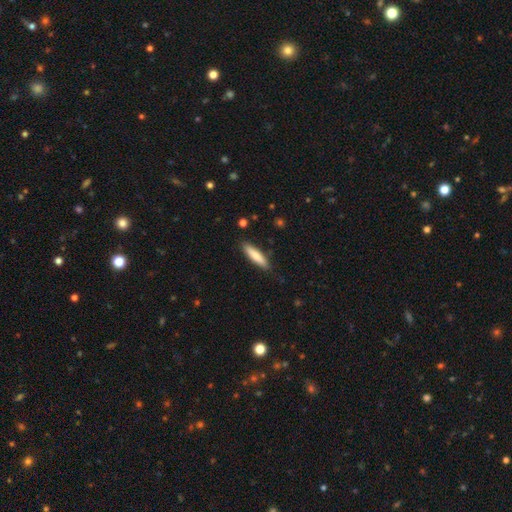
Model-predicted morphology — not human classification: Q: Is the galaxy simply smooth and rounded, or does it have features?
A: smooth — 77%.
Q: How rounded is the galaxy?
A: cigar-shaped — 77%.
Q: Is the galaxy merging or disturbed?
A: none — 87%.